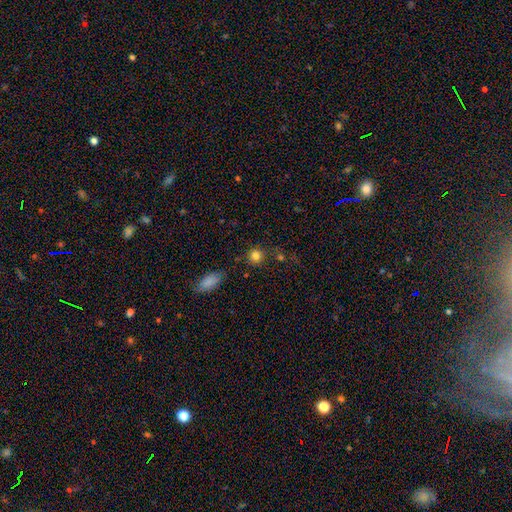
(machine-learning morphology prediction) type=smooth (82%); roundness=round (89%); merging=none (78%).